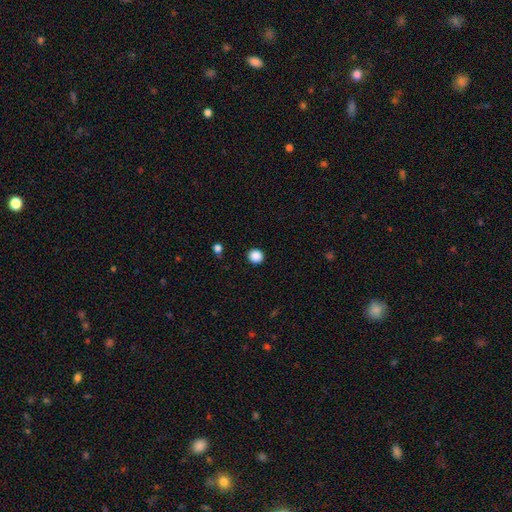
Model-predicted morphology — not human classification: The model was most divided on "smooth or featured": smooth: 88%, star or artifact: 10%, featured or disk: 2%. More confident: how rounded — round (93%); merging — none (92%).